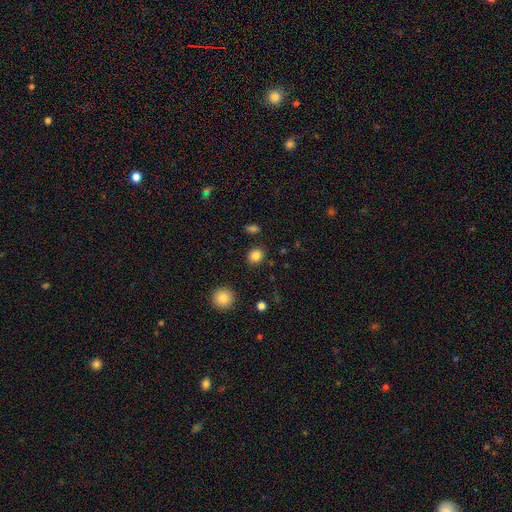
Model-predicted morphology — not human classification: Smooth or featured? smooth (84%)
How rounded? round (74%)
Merging? none (88%)